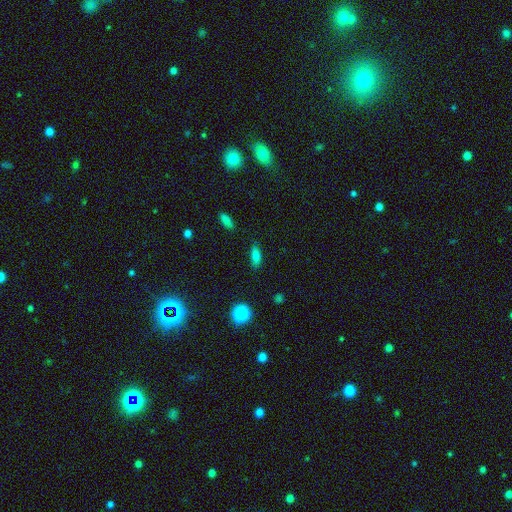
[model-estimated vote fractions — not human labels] Smooth or featured? Predicted: smooth (p=0.78). How rounded? Predicted: in between (p=0.73). Merging? Predicted: none (p=0.82).